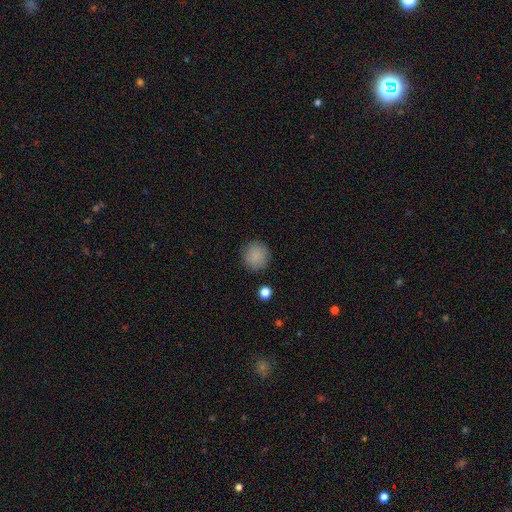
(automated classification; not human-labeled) Smooth or featured?
  - smooth: 87% *
  - star or artifact: 9%
  - featured or disk: 4%
How rounded?
  - round: 94% *
  - in between: 5%
  - cigar-shaped: 1%
Merging?
  - none: 89% *
  - minor disturbance: 7%
  - major disturbance: 2%
  - merger: 2%